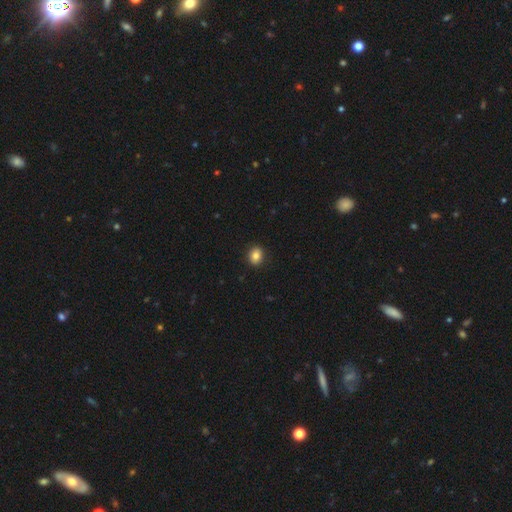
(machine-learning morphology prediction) This appears to be a smooth galaxy with no disk features (84%) that is round (57%). Merging: none (90%).